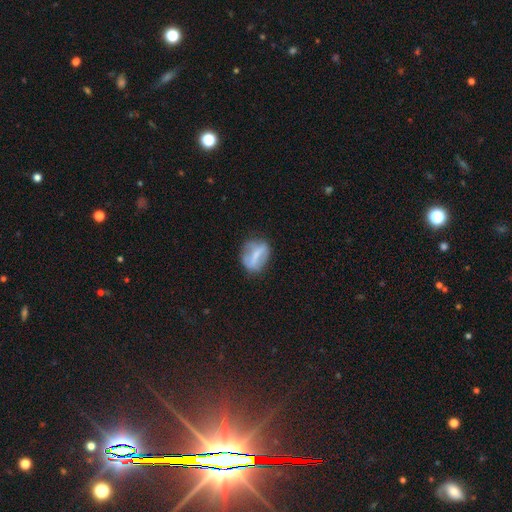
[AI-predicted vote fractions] A featured or disk galaxy (48%). Merging: none (65%).